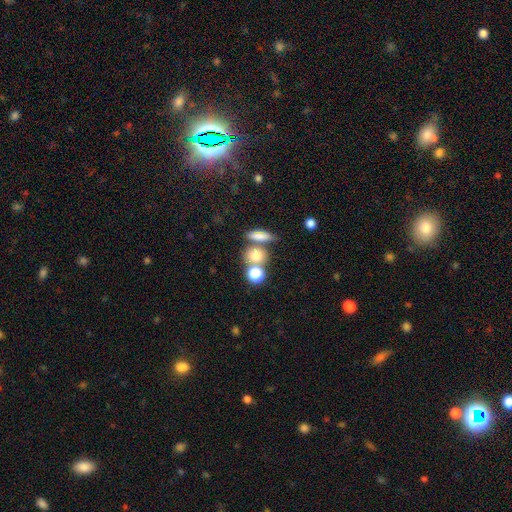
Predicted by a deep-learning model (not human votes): Overall: smooth (74%). How rounded: round (64%; in between 30%). Merging: none (52%; merger 34%).